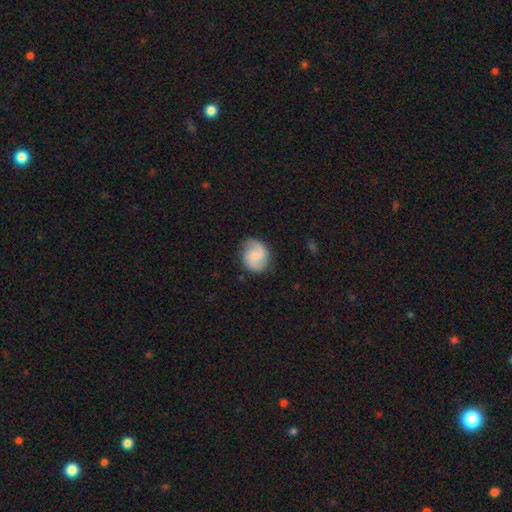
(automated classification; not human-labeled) A featured or disk galaxy (65%) with no bar (48%), 2 (86%) medium (48%) spiral arms (95%) and a small central bulge (40%). Merging: none (80%).